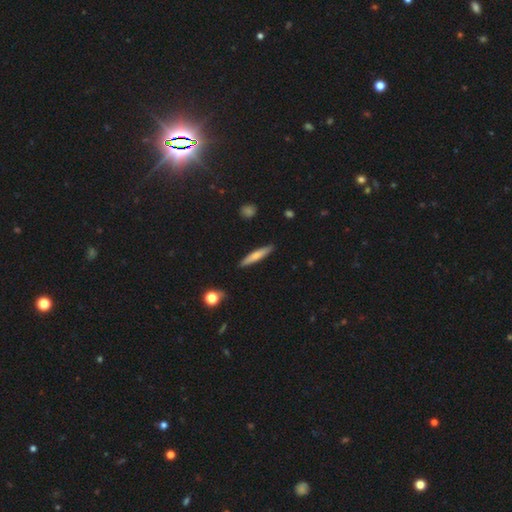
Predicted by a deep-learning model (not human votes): Smooth or featured?
  - smooth: 67% *
  - featured or disk: 27%
  - star or artifact: 6%
How rounded?
  - cigar-shaped: 90% *
  - in between: 8%
  - round: 2%
Merging?
  - none: 89% *
  - minor disturbance: 8%
  - major disturbance: 2%
  - merger: 1%